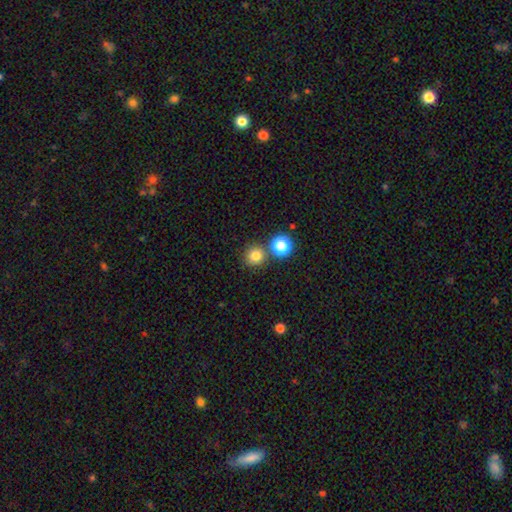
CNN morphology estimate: type=smooth (79%); roundness=round (92%); merging=none (75%).